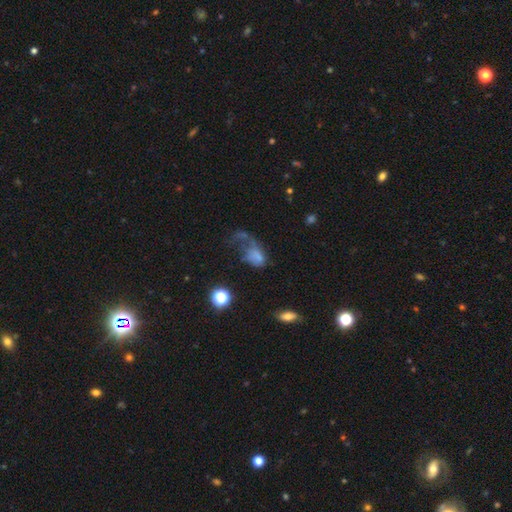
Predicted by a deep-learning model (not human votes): Smooth or featured? smooth (57%)
How rounded? in between (80%)
Merging? major disturbance (60%)